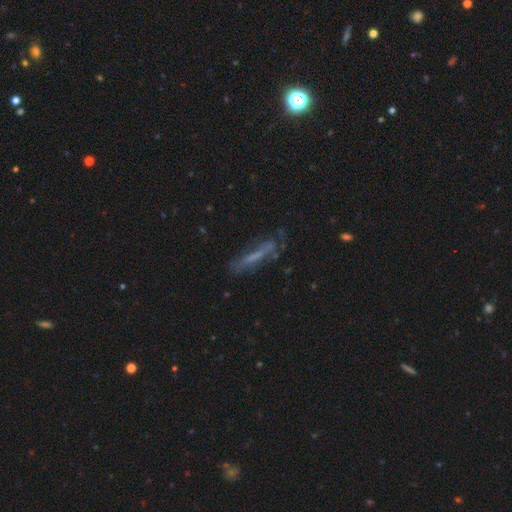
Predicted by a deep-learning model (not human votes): Overall: featured or disk (48%; smooth 39%). Merging: none (59%; minor disturbance 23%).